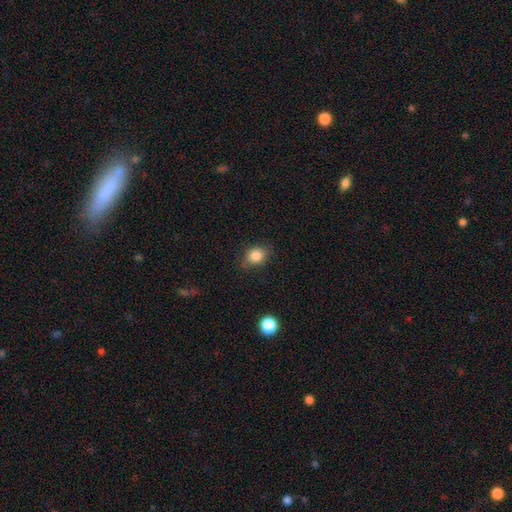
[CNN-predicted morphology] type=smooth (85%); roundness=round (56%); merging=none (79%).